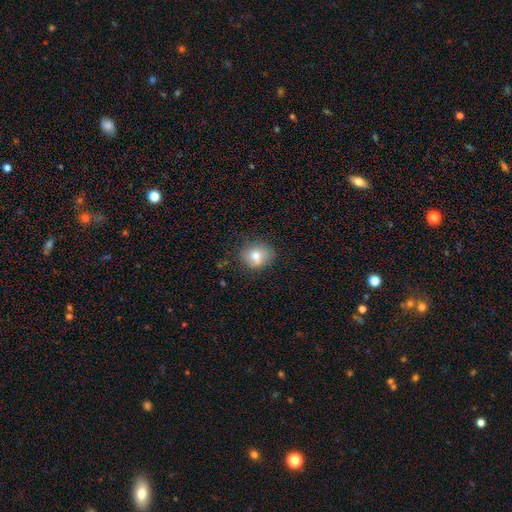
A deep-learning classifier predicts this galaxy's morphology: smooth_or_featured: smooth (p=0.71) [alt: featured or disk p=0.18]
how_rounded: round (p=0.72) [alt: in between p=0.27]
merging: none (p=0.74) [alt: minor disturbance p=0.19]